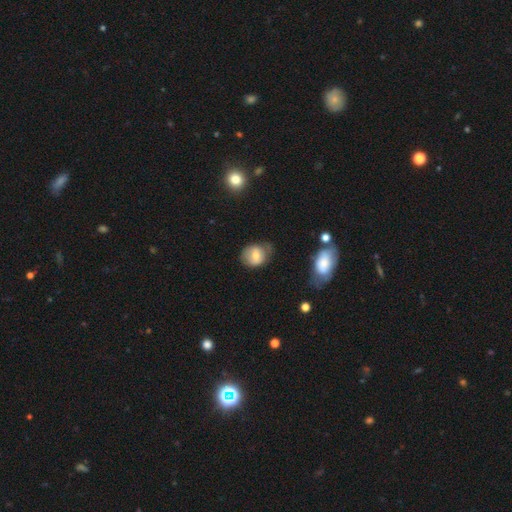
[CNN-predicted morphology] This is likely a smooth galaxy (65%). How rounded: possibly round (58%). Merging: possibly none (53%).